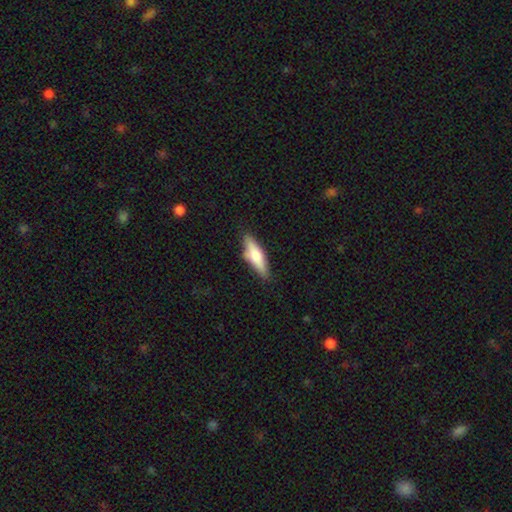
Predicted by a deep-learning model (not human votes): smooth-or-featured: smooth: 62% | featured or disk: 32% | star or artifact: 6%
  how-rounded: cigar-shaped: 60% | in between: 38% | round: 2%
  merging: none: 77% | minor disturbance: 16% | major disturbance: 3% | merger: 3%